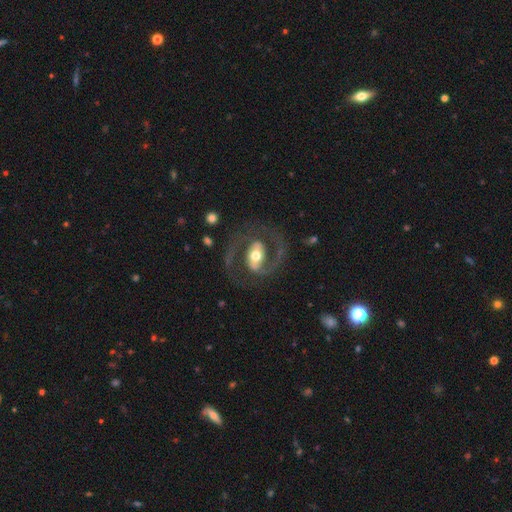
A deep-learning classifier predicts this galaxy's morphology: featured or disk 87%, smooth 9%, star or artifact 4%. Down the decision tree: edge-on disk — no (97%); bar — strong (43%); spiral arms — yes (91%); spiral arm count — 2 (90%); spiral winding — medium (59%); bulge size — moderate (69%); merging — none (74%).